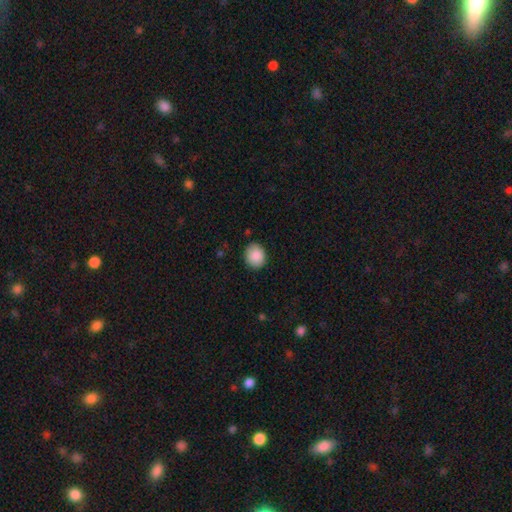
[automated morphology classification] Overall: smooth (89%). How rounded: round (65%; in between 34%). Merging: none (87%).